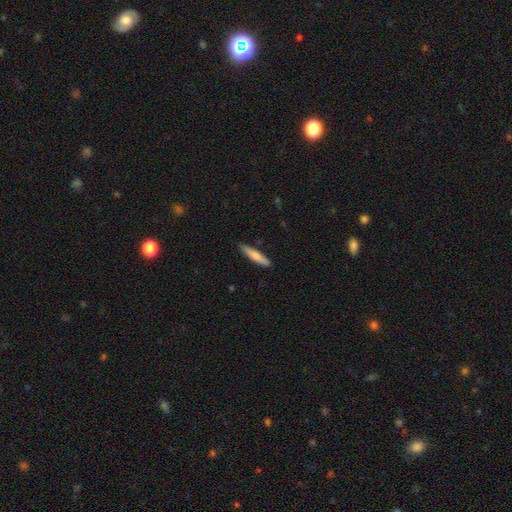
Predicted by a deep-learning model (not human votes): The model was most divided on "smooth or featured": smooth: 74%, featured or disk: 20%, star or artifact: 5%. More confident: how rounded — cigar-shaped (88%); merging — none (87%).